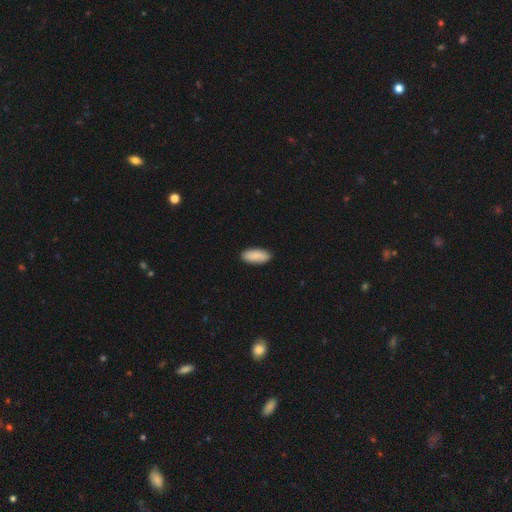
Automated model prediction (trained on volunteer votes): Smooth or featured?
  - smooth: 88% *
  - featured or disk: 7%
  - star or artifact: 5%
How rounded?
  - in between: 84% *
  - cigar-shaped: 14%
  - round: 2%
Merging?
  - none: 89% *
  - minor disturbance: 8%
  - major disturbance: 2%
  - merger: 1%